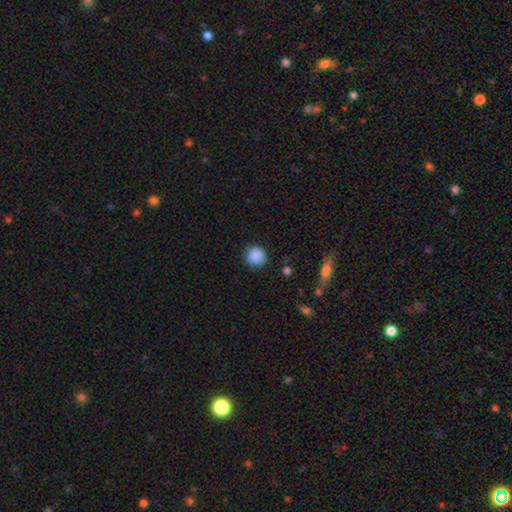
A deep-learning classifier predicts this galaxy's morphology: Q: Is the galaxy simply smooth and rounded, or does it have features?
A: smooth — 88%.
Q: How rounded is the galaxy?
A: round — 92%.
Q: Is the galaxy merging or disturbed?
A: none — 84%.